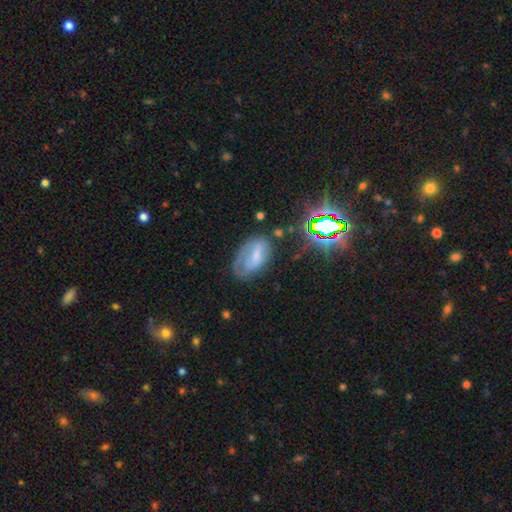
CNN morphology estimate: Overall: smooth (45%; featured or disk 40%). Merging: none (50%; minor disturbance 29%).